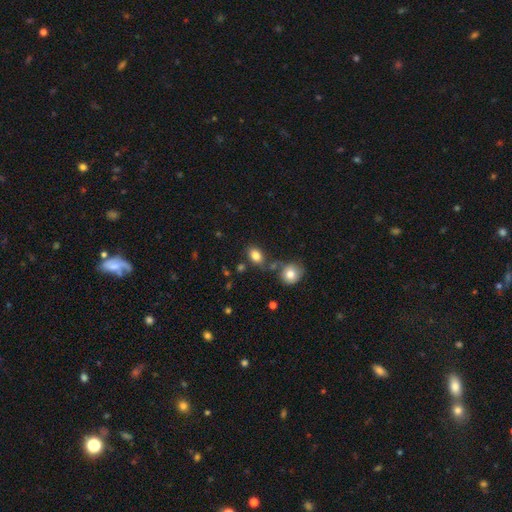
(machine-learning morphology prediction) Overall: smooth (83%). How rounded: in between (81%). Merging: none (66%).